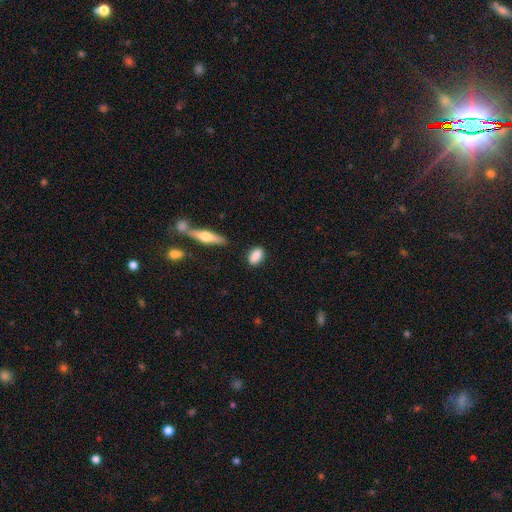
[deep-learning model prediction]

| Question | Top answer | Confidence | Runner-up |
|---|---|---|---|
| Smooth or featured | smooth | 85% | featured or disk (8%) |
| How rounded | in between | 80% | round (13%) |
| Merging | none | 83% | minor disturbance (12%) |